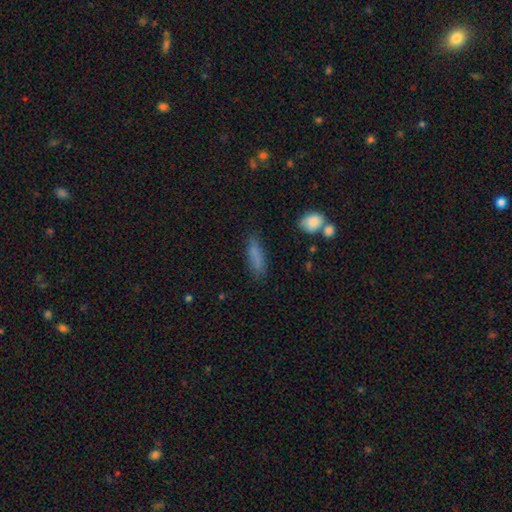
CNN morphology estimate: smooth_or_featured: smooth (p=0.80) [alt: featured or disk p=0.11]
how_rounded: cigar-shaped (p=0.64) [alt: in between p=0.34]
merging: none (p=0.77) [alt: minor disturbance p=0.16]